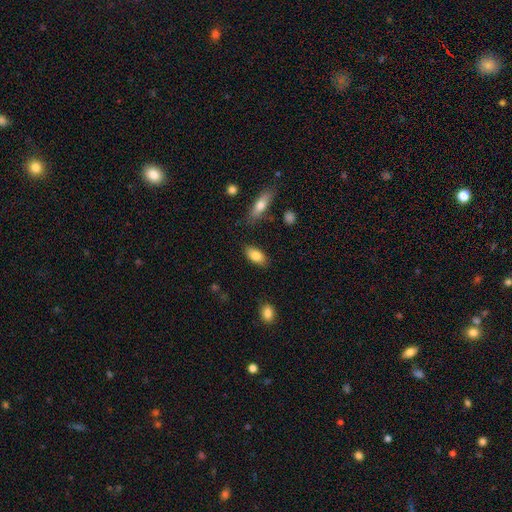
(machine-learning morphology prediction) A smooth galaxy with no disk features (82%) that is in between round and cigar-shaped (90%).

Vote fractions:
- Smooth or featured? smooth: 82% / featured or disk: 11% / star or artifact: 7%
- How rounded? in between: 90% / cigar-shaped: 7% / round: 3%
- Merging? none: 83% / minor disturbance: 12% / major disturbance: 3% / merger: 2%